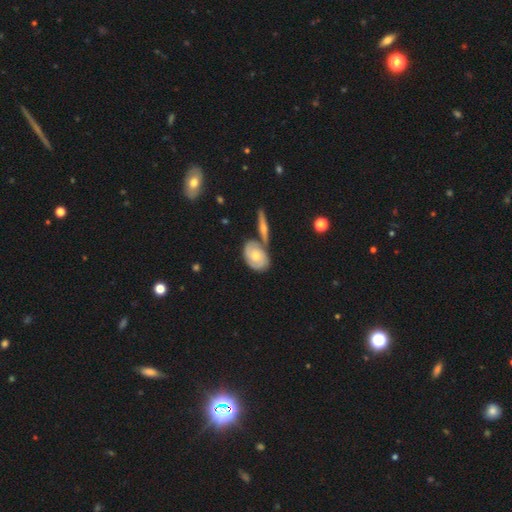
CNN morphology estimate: Smooth or featured? Predicted: featured or disk (p=0.60). Edge-on disk? Predicted: no (p=0.86). Bar? Predicted: no (p=0.79). Spiral arms? Predicted: yes (p=0.80). Bulge size? Predicted: moderate (p=0.59). Merging? Predicted: none (p=0.58).